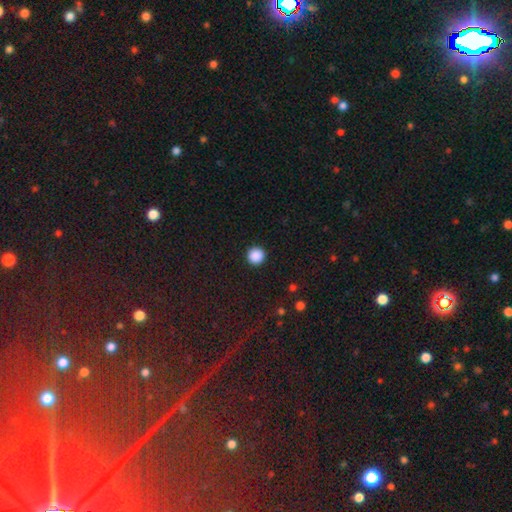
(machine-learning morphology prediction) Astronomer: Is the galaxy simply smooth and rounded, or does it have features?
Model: smooth — 88%.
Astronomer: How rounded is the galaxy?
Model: round — 96%.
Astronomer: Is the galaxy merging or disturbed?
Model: none — 93%.